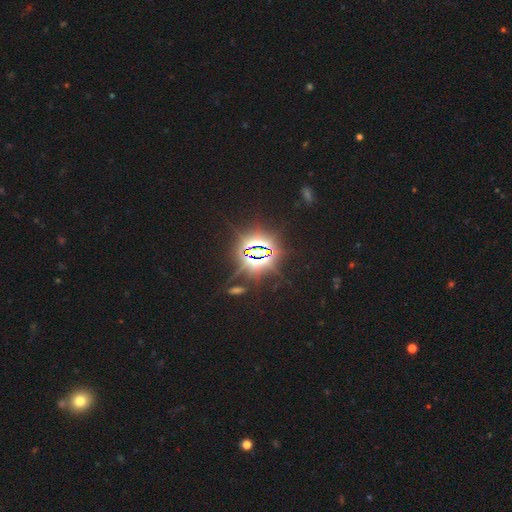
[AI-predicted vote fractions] smooth_or_featured: star or artifact (p=0.84) [alt: smooth p=0.09]